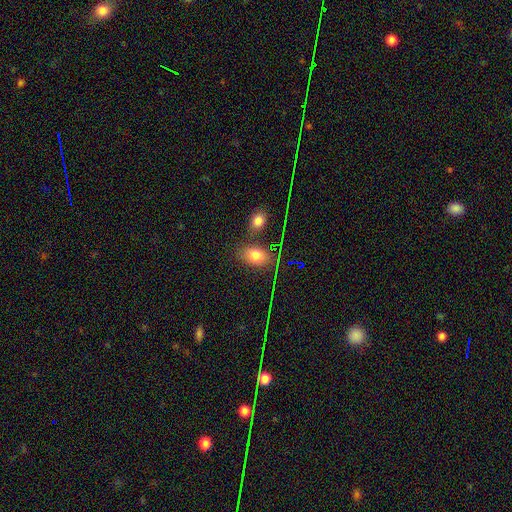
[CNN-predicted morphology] Smooth or featured? smooth (71%)
How rounded? in between (80%)
Merging? none (70%)